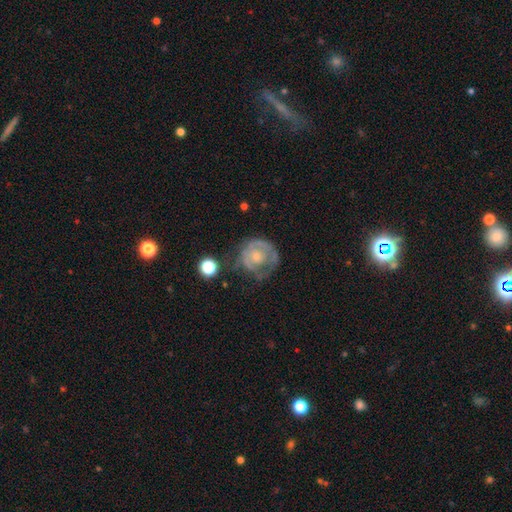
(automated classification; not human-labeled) A featured or disk galaxy (64%) with no bar (84%), spiral arms (57%) and a small central bulge (58%). Merging: none (46%).